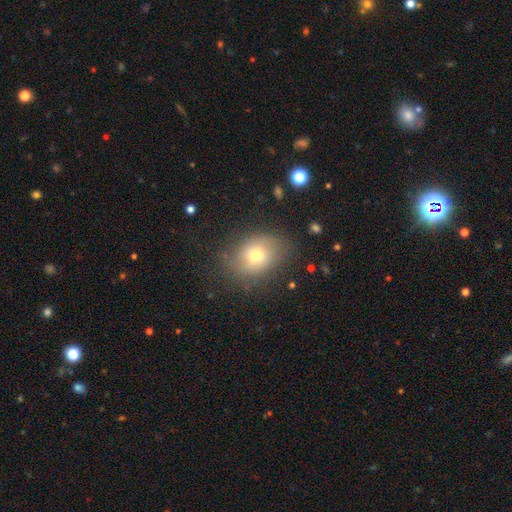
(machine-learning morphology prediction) smooth_or_featured: smooth (p=0.69) [alt: featured or disk p=0.18]
how_rounded: in between (p=0.56) [alt: round p=0.43]
merging: none (p=0.75) [alt: minor disturbance p=0.17]